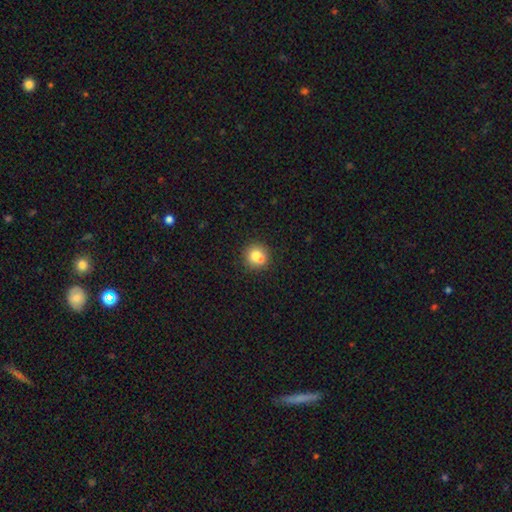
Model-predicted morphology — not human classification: This appears to be a smooth galaxy with no disk features (75%) that is round (86%). Merging: none (55%).